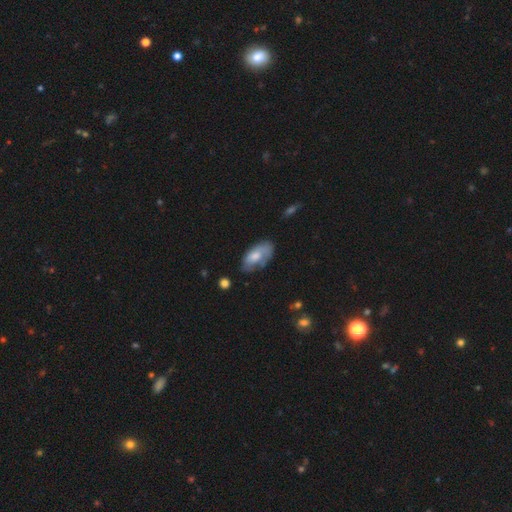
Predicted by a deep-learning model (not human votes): smooth 61%, featured or disk 33%, star or artifact 6%. Down the decision tree: how rounded — in between (91%); merging — none (52%).